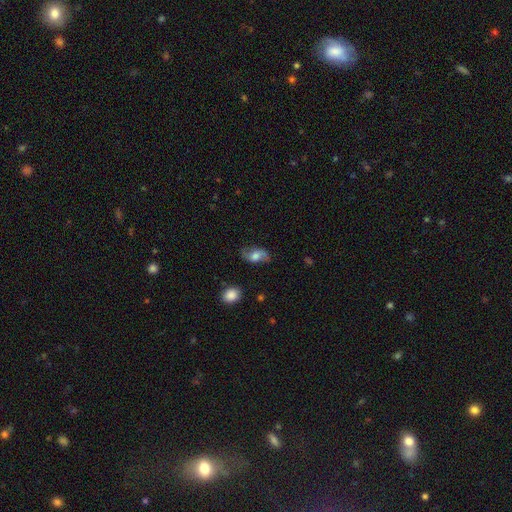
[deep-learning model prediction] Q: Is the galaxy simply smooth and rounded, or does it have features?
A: featured or disk — 50%.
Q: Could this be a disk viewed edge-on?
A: no — 91%.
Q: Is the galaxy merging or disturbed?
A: none — 72%.